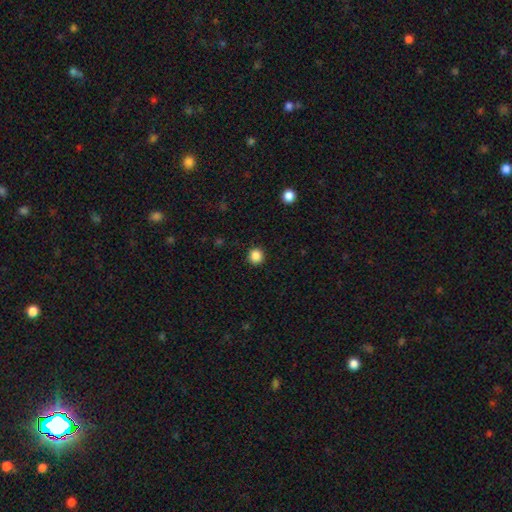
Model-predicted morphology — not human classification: This is clearly a smooth galaxy (86%). How rounded: clearly round (93%). Merging: clearly none (91%).